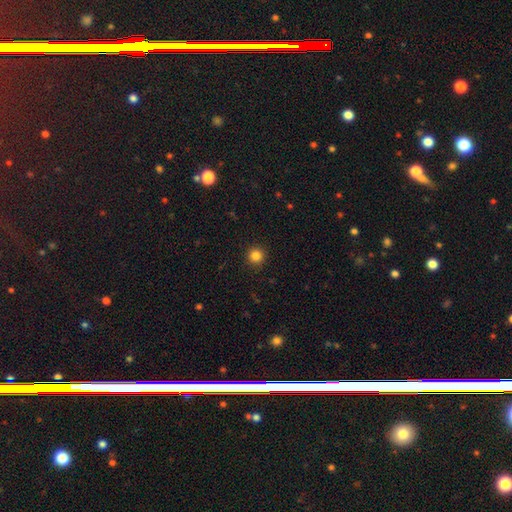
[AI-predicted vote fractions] Smooth or featured?
  - smooth: 84% *
  - star or artifact: 12%
  - featured or disk: 4%
How rounded?
  - round: 95% *
  - in between: 4%
  - cigar-shaped: 1%
Merging?
  - none: 92% *
  - minor disturbance: 5%
  - major disturbance: 2%
  - merger: 1%